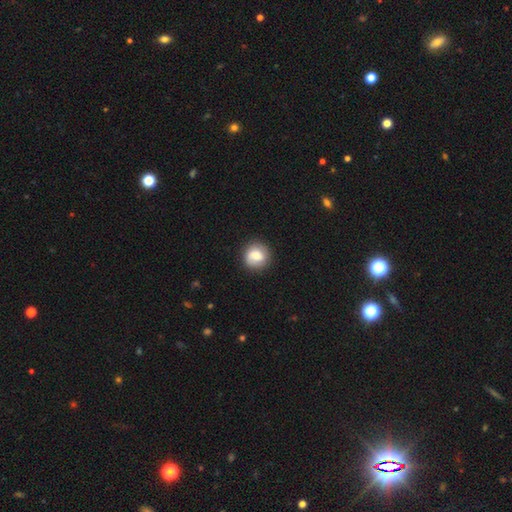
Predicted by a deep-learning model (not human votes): A smooth galaxy with no disk features (72%) that is round (89%). Merging: none (84%).